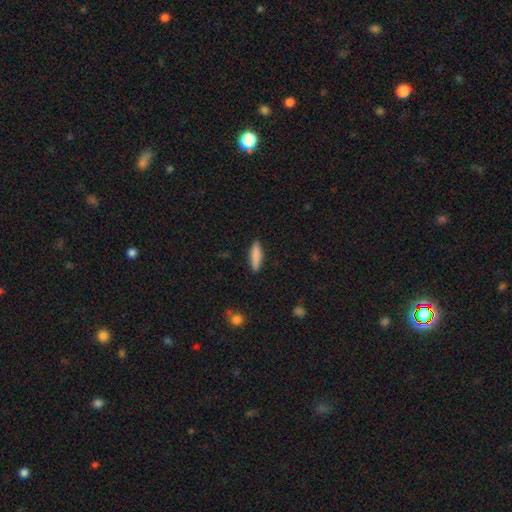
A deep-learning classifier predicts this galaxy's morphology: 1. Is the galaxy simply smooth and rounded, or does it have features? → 85% smooth, 9% featured or disk, 6% star or artifact.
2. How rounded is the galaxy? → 71% cigar-shaped, 27% in between, 2% round.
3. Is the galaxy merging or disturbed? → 88% none, 8% minor disturbance, 2% major disturbance, 1% merger.